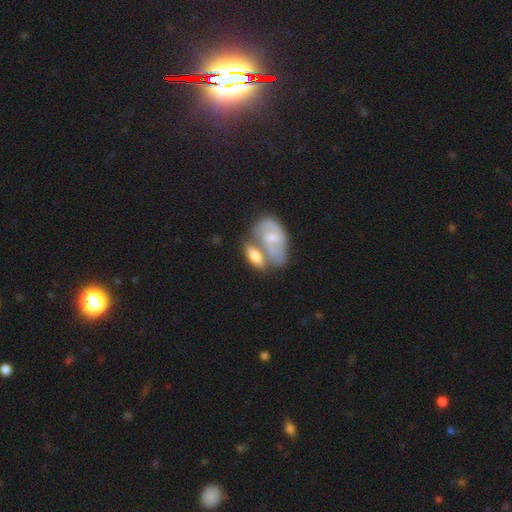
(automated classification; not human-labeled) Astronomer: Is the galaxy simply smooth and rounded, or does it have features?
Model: smooth — 60%.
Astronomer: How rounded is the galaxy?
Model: in between — 85%.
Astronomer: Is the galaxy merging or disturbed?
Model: merger — 56%.